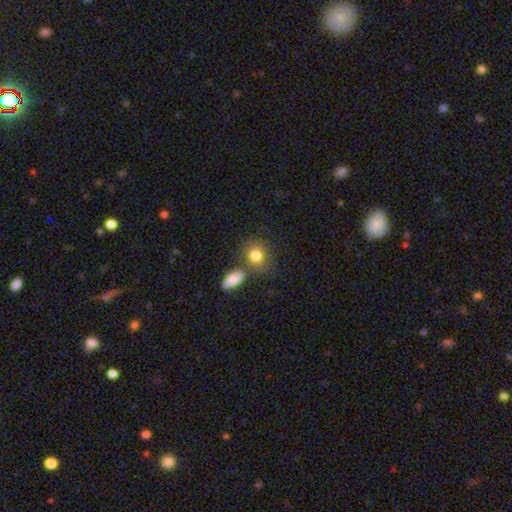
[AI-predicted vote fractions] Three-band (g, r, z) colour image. It shows a smooth galaxy with no disk features (82%) that is round (65%). Merging: none (63%).